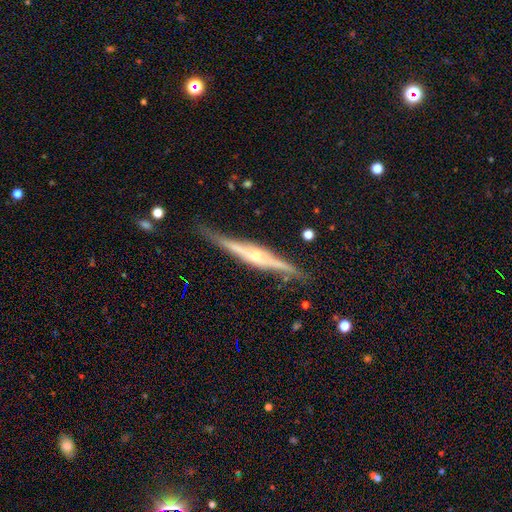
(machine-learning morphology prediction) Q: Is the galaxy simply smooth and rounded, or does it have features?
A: featured or disk — 82%.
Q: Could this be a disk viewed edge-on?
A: yes — 96%.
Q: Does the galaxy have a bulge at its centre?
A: rounded — 71%.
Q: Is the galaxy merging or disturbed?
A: none — 82%.